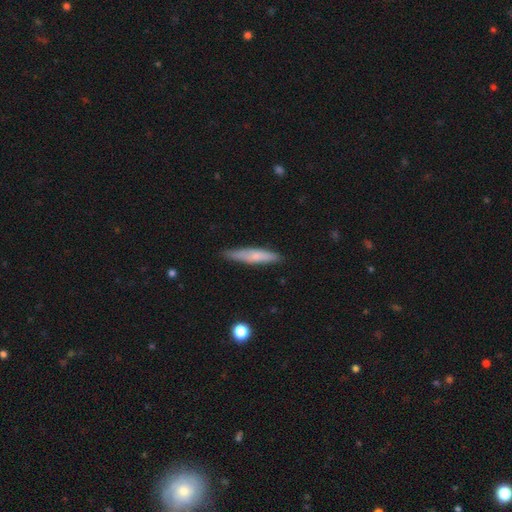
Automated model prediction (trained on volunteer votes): Morphology: type=smooth (65%); roundness=cigar-shaped (88%); merging=none (83%).